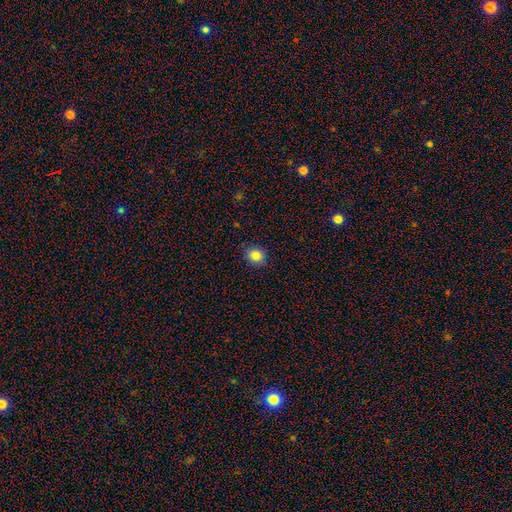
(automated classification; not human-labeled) smooth-or-featured: smooth: 84% | star or artifact: 10% | featured or disk: 6%
  how-rounded: round: 72% | in between: 27% | cigar-shaped: 1%
  merging: none: 89% | minor disturbance: 8% | major disturbance: 2% | merger: 1%